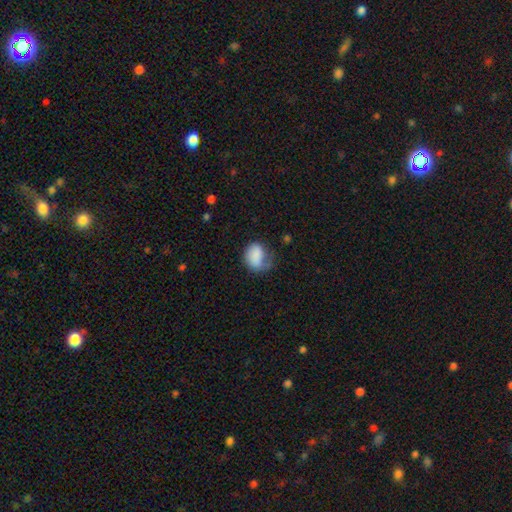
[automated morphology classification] The model was most divided on "merging": none: 38%, minor disturbance: 35%, major disturbance: 25%, merger: 3%. More confident: smooth or featured — smooth (82%); how rounded — in between (68%).